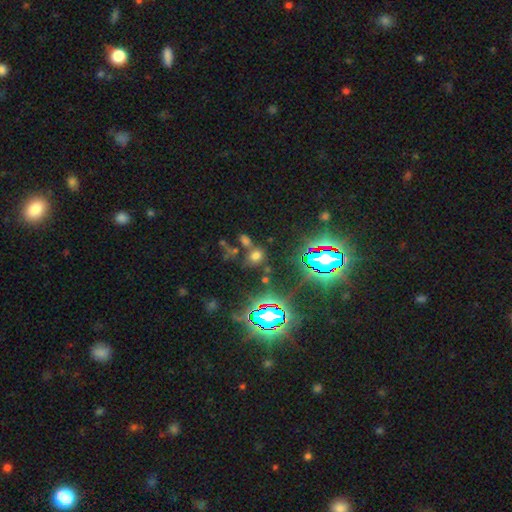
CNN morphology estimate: smooth 51%, star or artifact 40%, featured or disk 9%. Down the decision tree: how rounded — round (64%); merging — none (67%).